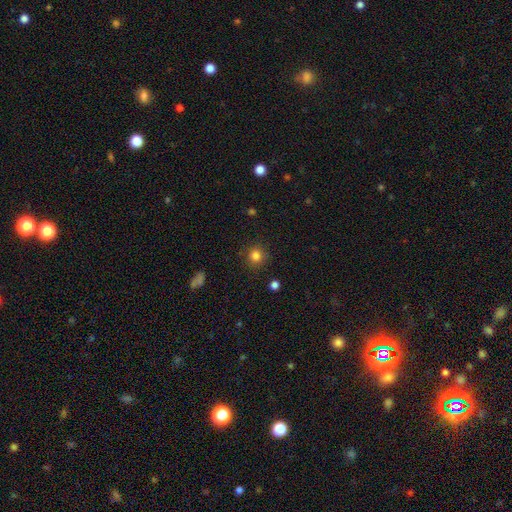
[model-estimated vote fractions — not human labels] smooth 83%, star or artifact 13%, featured or disk 5%. Down the decision tree: how rounded — round (92%); merging — none (88%).